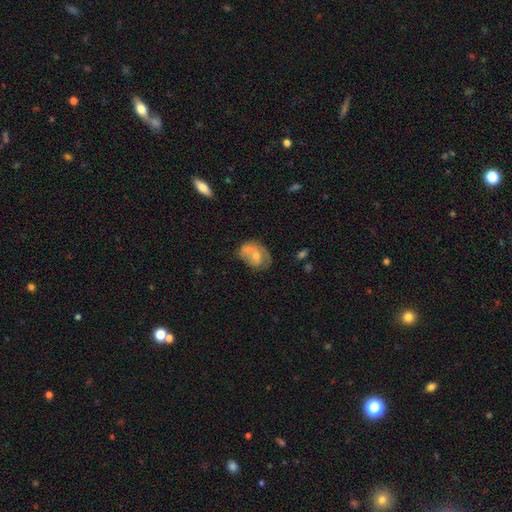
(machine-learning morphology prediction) Q: Smooth or featured?
A: featured or disk (49%); runner-up: smooth (43%)
Q: Merging?
A: merger (34%); runner-up: none (33%)